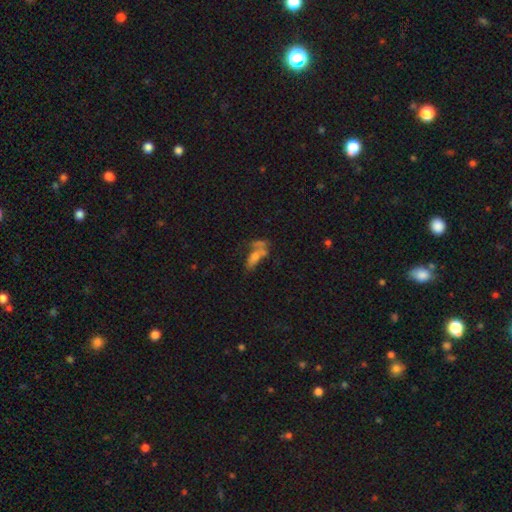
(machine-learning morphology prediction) This is possibly a smooth galaxy (54%). How rounded: likely in between (69%). Merging: marginally merger (35%).